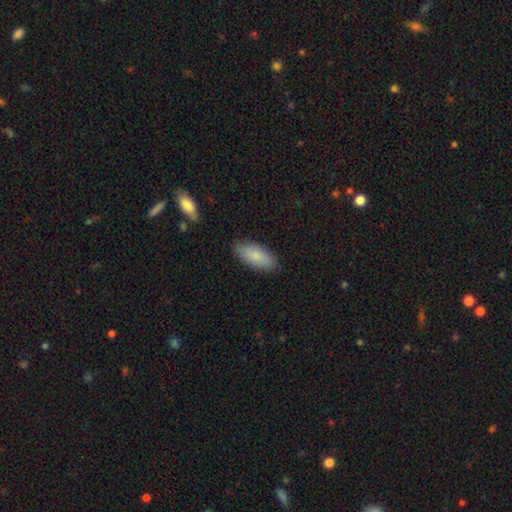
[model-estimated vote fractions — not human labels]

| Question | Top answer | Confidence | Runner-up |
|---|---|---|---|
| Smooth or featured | smooth | 83% | featured or disk (11%) |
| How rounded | in between | 86% | cigar-shaped (12%) |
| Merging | none | 83% | minor disturbance (13%) |